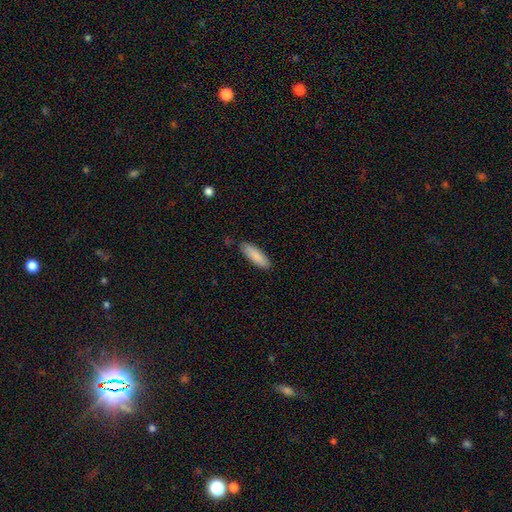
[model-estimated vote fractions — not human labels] Morphology: type=smooth (87%); roundness=cigar-shaped (50%); merging=none (85%).